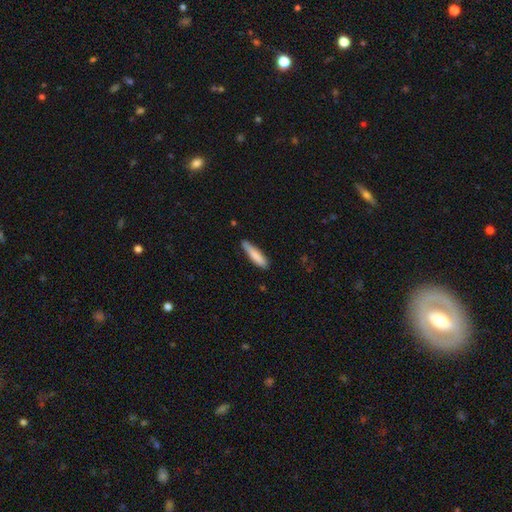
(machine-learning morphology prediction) Overall: smooth (82%). How rounded: cigar-shaped (82%). Merging: none (76%).